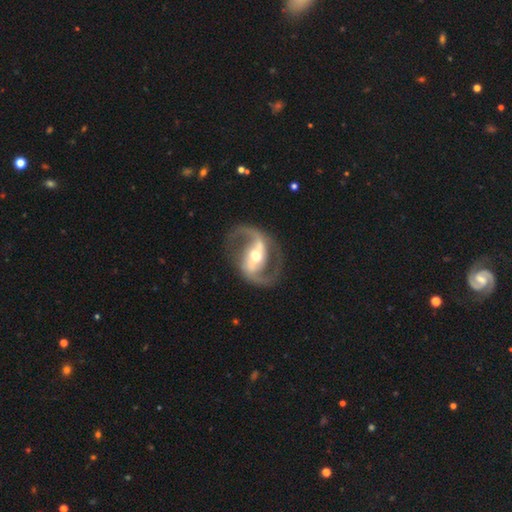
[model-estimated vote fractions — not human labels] Smooth or featured?
  - featured or disk: 92% *
  - smooth: 4%
  - star or artifact: 4%
Edge-on disk?
  - no: 97% *
  - yes: 3%
Bar?
  - strong: 57% *
  - weak: 28%
  - no: 15%
Spiral arms?
  - yes: 96% *
  - no: 4%
Spiral winding?
  - medium: 56% *
  - loose: 32%
  - tight: 12%
Spiral arm count?
  - 2: 94% *
  - can't tell: 2%
  - 1: 2%
  - 3: 1%
  - 4: 1%
  - more than 4: 1%
Bulge size?
  - moderate: 69% *
  - small: 22%
  - large: 7%
  - dominant: 1%
  - none: 1%
Merging?
  - none: 83% *
  - minor disturbance: 10%
  - major disturbance: 6%
  - merger: 1%